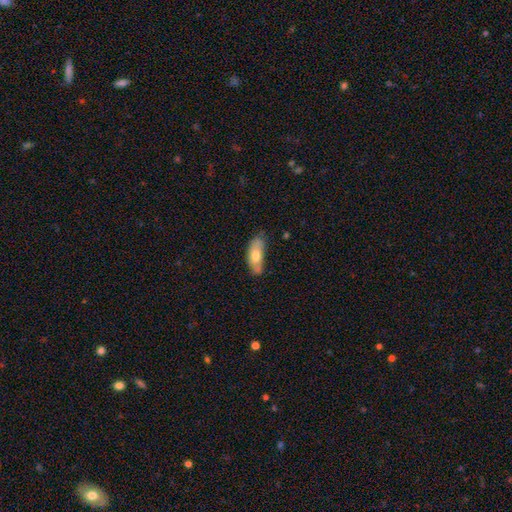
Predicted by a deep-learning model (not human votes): Smooth or featured: smooth — 66% (featured or disk — 28%)
How rounded: in between — 79% (cigar-shaped — 18%)
Merging: none — 58% (minor disturbance — 31%)